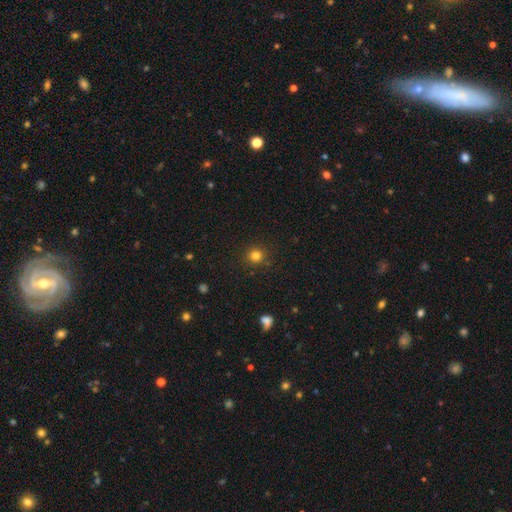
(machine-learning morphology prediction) Q: Smooth or featured?
A: smooth (81%); runner-up: star or artifact (14%)
Q: How rounded?
A: round (92%); runner-up: in between (7%)
Q: Merging?
A: none (90%); runner-up: minor disturbance (6%)